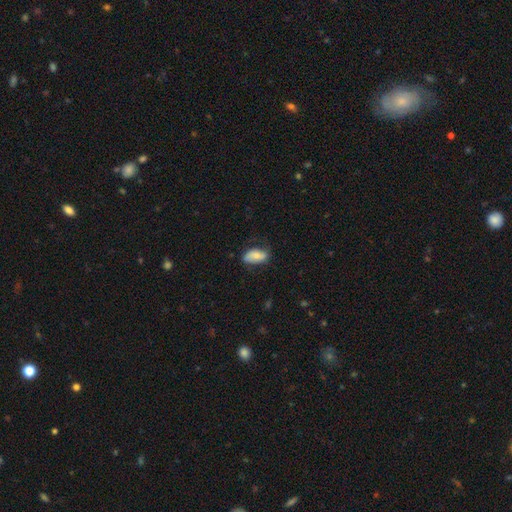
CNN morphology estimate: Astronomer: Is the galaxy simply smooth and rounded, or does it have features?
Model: smooth — 64%.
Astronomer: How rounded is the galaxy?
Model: in between — 92%.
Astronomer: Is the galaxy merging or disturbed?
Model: none — 60%.